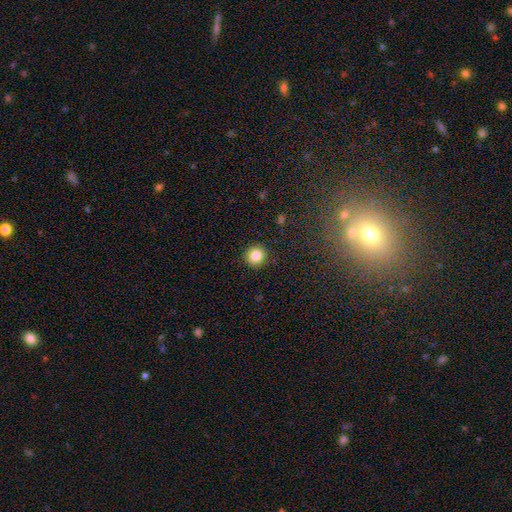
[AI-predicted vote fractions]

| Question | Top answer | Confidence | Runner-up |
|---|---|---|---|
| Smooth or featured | smooth | 84% | star or artifact (11%) |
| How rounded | round | 93% | in between (6%) |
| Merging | none | 92% | minor disturbance (5%) |